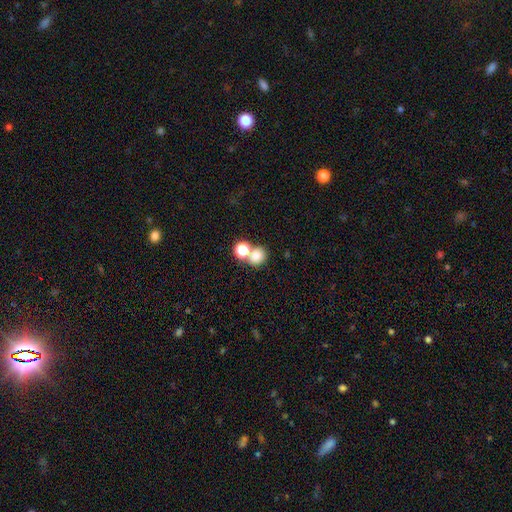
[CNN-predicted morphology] Smooth or featured: smooth — 77% (star or artifact — 14%)
How rounded: round — 73% (in between — 26%)
Merging: none — 48% (merger — 42%)